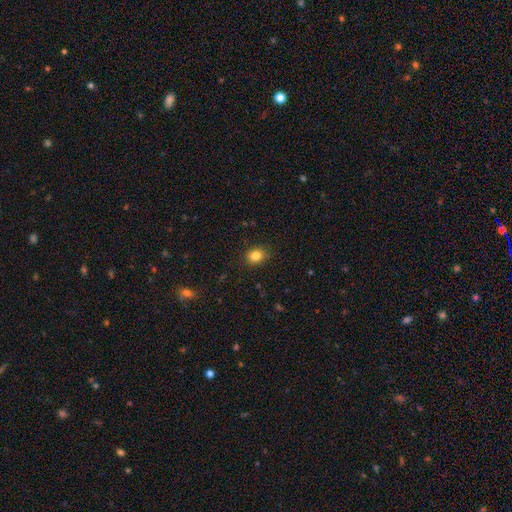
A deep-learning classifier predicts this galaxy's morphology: type=smooth (83%); roundness=round (50%); merging=none (88%).